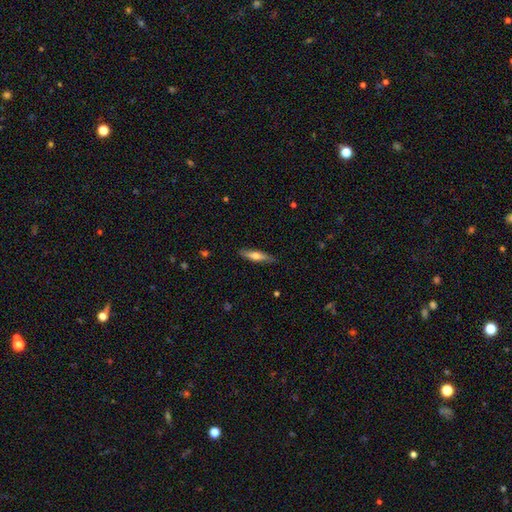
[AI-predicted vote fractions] A smooth galaxy with no disk features (55%) that is cigar-shaped (79%). Merging: none (86%).